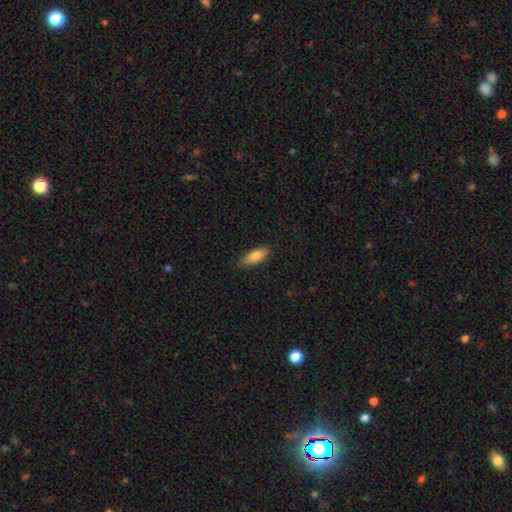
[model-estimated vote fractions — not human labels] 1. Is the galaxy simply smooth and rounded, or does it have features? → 82% smooth, 11% featured or disk, 7% star or artifact.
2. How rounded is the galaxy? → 66% in between, 32% cigar-shaped, 2% round.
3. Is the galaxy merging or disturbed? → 83% none, 14% minor disturbance, 2% major disturbance, 1% merger.